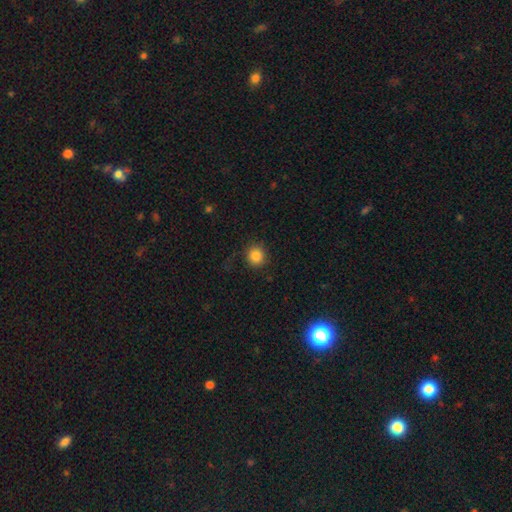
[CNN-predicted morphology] Smooth or featured?
  - smooth: 84% *
  - star or artifact: 11%
  - featured or disk: 5%
How rounded?
  - round: 91% *
  - in between: 8%
  - cigar-shaped: 1%
Merging?
  - none: 87% *
  - minor disturbance: 9%
  - major disturbance: 3%
  - merger: 1%